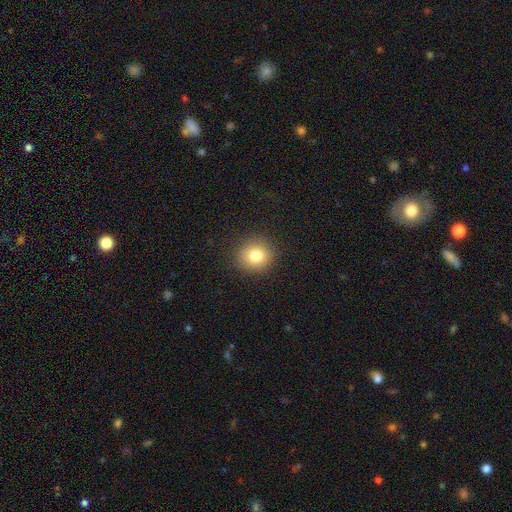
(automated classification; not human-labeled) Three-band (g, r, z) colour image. It shows a smooth galaxy with no disk features (81%) that is round (87%). Merging: none (90%).